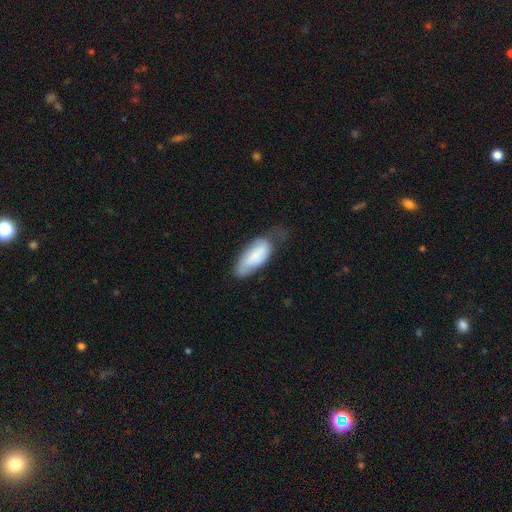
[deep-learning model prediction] The model was most divided on "merging": none: 40%, minor disturbance: 38%, major disturbance: 19%, merger: 3%. More confident: how rounded — in between (81%); smooth or featured — smooth (68%).